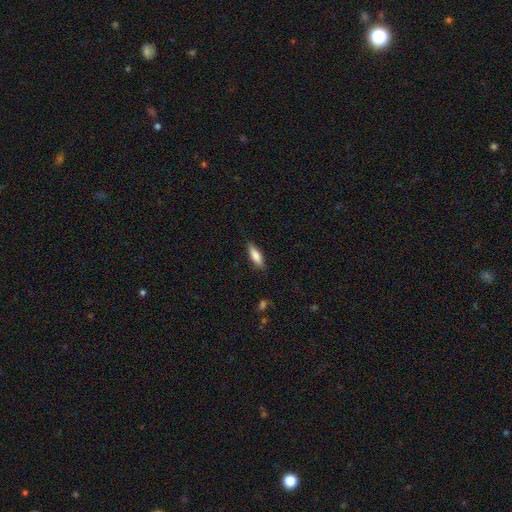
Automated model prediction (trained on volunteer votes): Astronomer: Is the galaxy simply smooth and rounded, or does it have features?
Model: smooth — 82%.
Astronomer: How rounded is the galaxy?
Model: in between — 50% (runner-up: cigar-shaped, 48%).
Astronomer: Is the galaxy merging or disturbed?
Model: none — 84%.